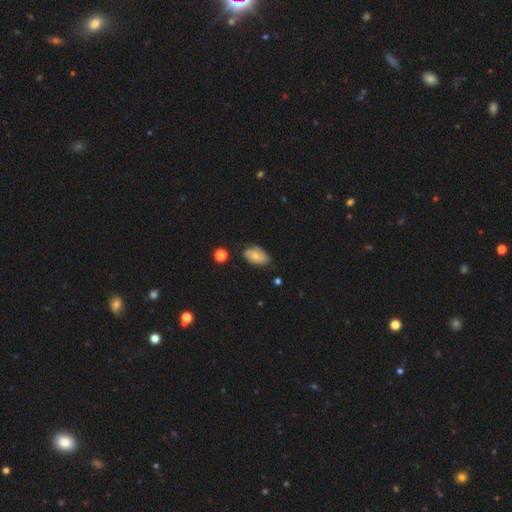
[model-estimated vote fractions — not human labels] This appears to be a smooth galaxy with no disk features (49%). Merging: none (64%).